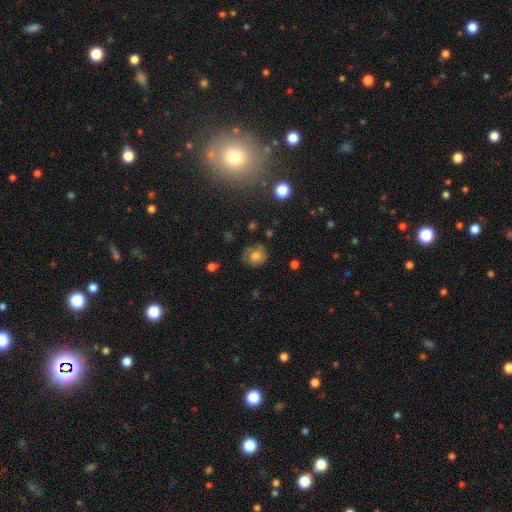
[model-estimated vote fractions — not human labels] Smooth or featured: smooth — 65% (featured or disk — 23%)
How rounded: round — 76% (in between — 23%)
Merging: none — 72% (minor disturbance — 20%)